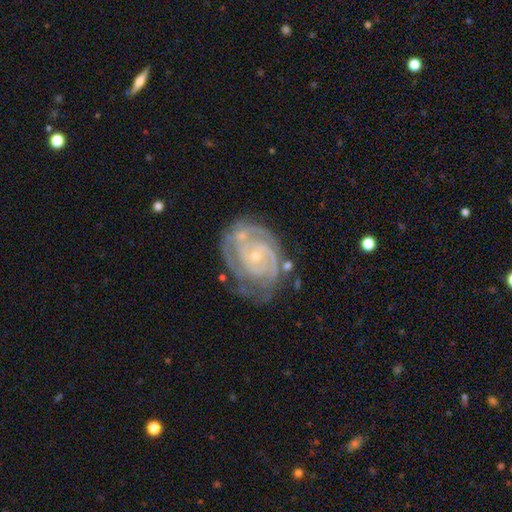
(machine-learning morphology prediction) A featured or disk galaxy (89%) with no bar (73%), 2 (39%) tight (76%) spiral arms (97%) and a small central bulge (81%).

Vote fractions:
- Smooth or featured? featured or disk: 89% / star or artifact: 6% / smooth: 5%
- Edge-on disk? no: 98% / yes: 2%
- Bar? no: 73% / weak: 21% / strong: 6%
- Spiral arms? yes: 97% / no: 3%
- Spiral winding? tight: 76% / medium: 21% / loose: 3%
- Spiral arm count? 2: 39% / 3: 22% / can't tell: 20% / 4: 9% / more than 4: 5% / 1: 5%
- Bulge size? small: 81% / moderate: 15% / none: 2% / large: 1% / dominant: 1%
- Merging? none: 65% / minor disturbance: 22% / major disturbance: 9% / merger: 4%